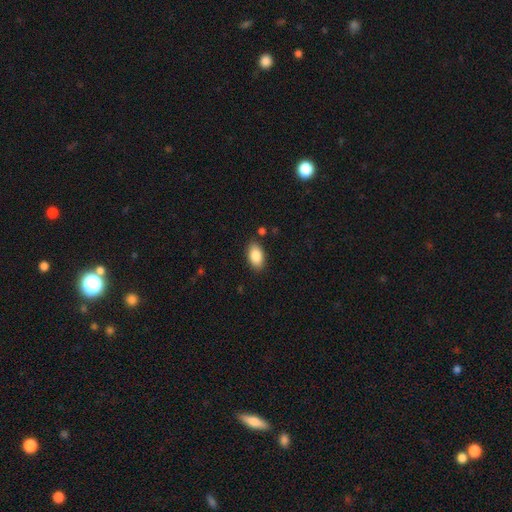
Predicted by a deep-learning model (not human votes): Q: Smooth or featured?
A: smooth (87%); runner-up: star or artifact (7%)
Q: How rounded?
A: in between (93%); runner-up: round (4%)
Q: Merging?
A: none (86%); runner-up: minor disturbance (10%)